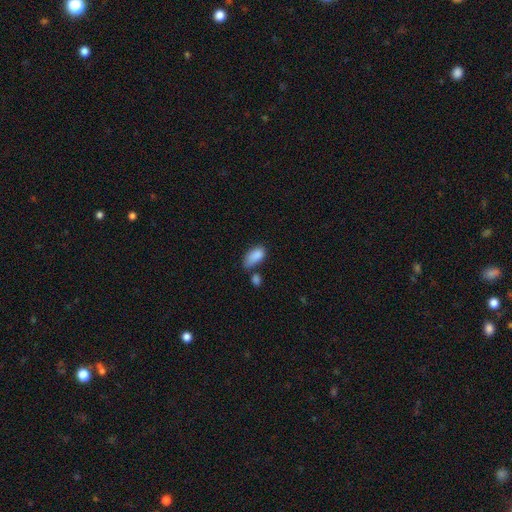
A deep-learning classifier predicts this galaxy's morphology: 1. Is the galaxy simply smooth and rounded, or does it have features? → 86% smooth, 8% star or artifact, 6% featured or disk.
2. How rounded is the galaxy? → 91% in between, 5% cigar-shaped, 4% round.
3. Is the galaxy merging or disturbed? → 42% none, 27% minor disturbance, 21% merger, 11% major disturbance.